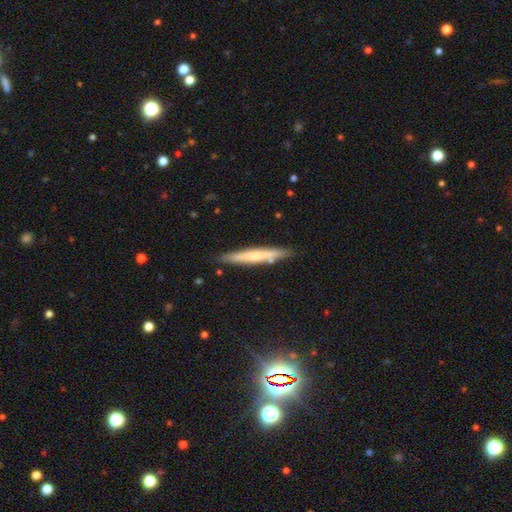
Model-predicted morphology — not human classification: Smooth or featured? smooth (50%)
Merging? none (86%)